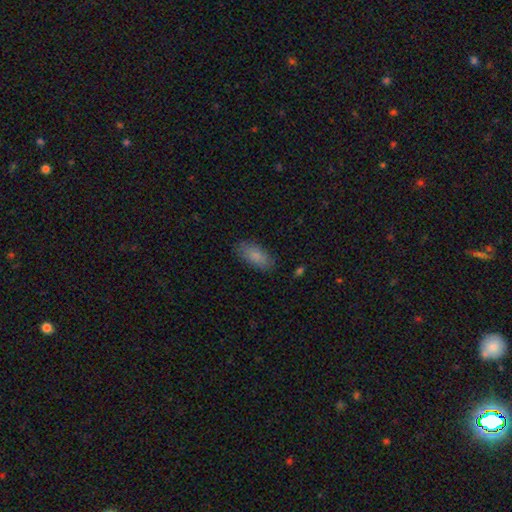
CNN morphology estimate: Q: Smooth or featured?
A: smooth (85%); runner-up: featured or disk (8%)
Q: How rounded?
A: in between (87%); runner-up: cigar-shaped (11%)
Q: Merging?
A: none (83%); runner-up: minor disturbance (12%)